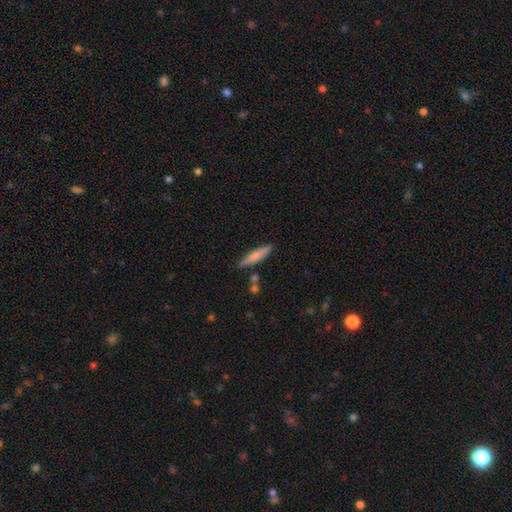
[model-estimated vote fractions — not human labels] Smooth or featured? Predicted: smooth (p=0.68). How rounded? Predicted: cigar-shaped (p=0.87). Merging? Predicted: none (p=0.82).